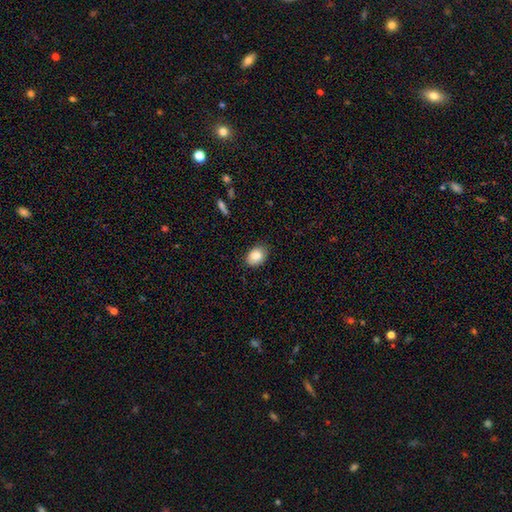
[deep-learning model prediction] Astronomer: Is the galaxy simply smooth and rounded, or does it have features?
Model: smooth — 84%.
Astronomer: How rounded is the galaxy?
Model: in between — 71%.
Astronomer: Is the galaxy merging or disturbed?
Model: none — 84%.